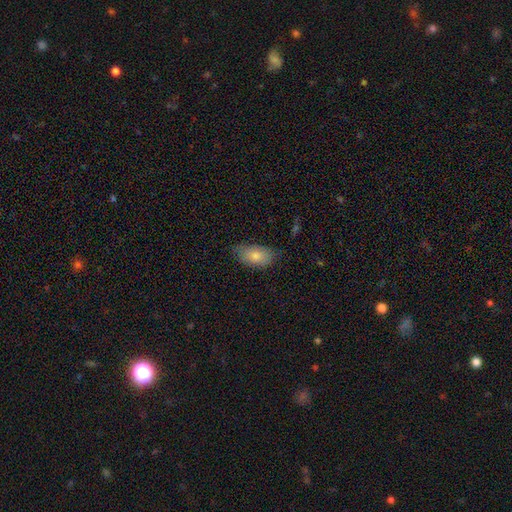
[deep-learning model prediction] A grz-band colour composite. It shows a smooth galaxy with no disk features (80%) that is in between round and cigar-shaped (91%). Merging: none (70%).